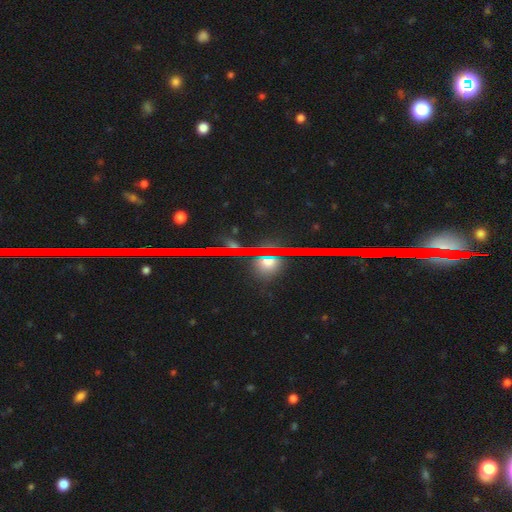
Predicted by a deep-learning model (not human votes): This is clearly a star or artifact rather than a galaxy (83%).